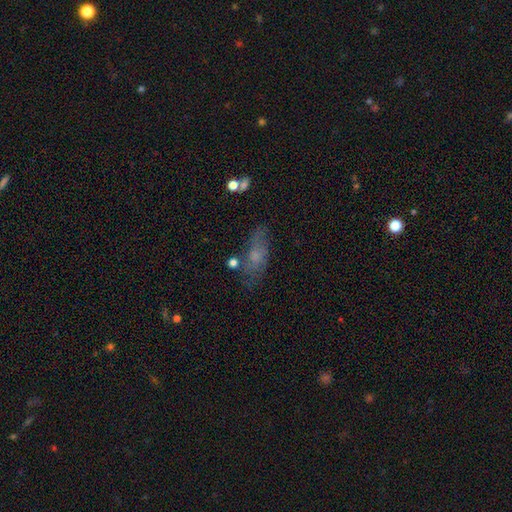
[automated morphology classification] smooth 54%, featured or disk 33%, star or artifact 13%. Down the decision tree: how rounded — in between (69%); merging — none (60%).